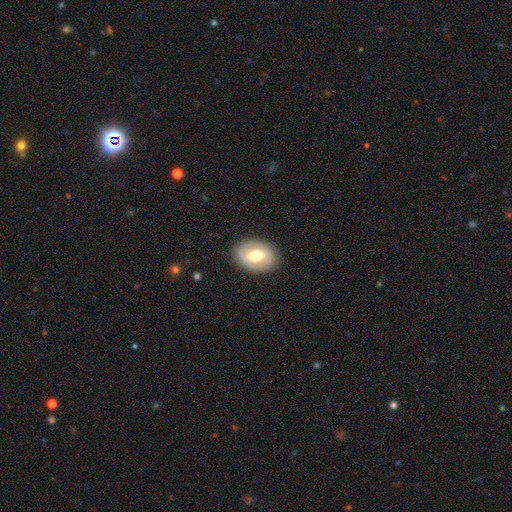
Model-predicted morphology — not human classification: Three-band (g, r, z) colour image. It shows a featured or disk galaxy (58%) with a weak bar (41%), no spiral arms (56%) and a moderate central bulge (70%). Merging: none (86%).